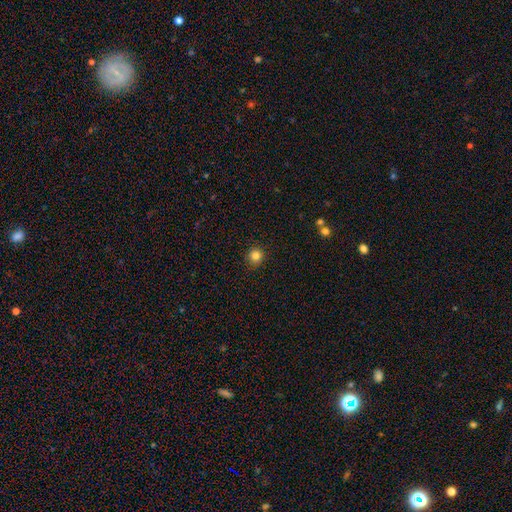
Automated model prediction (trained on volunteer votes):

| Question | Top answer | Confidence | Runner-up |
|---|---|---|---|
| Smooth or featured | smooth | 82% | star or artifact (12%) |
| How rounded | round | 91% | in between (8%) |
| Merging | none | 90% | minor disturbance (7%) |